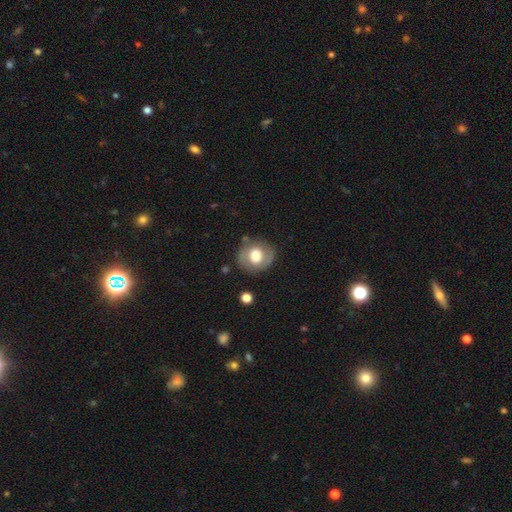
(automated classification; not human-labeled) This appears to be a smooth galaxy with no disk features (56%) that is round (74%). Merging: none (76%).